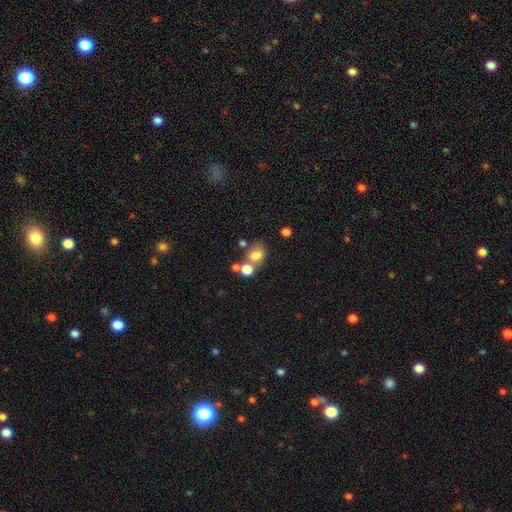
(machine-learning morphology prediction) The model was most divided on "how rounded": in between: 50%, round: 49%, cigar-shaped: 1%. Remaining: smooth or featured — smooth (74%); merging — none (43%).